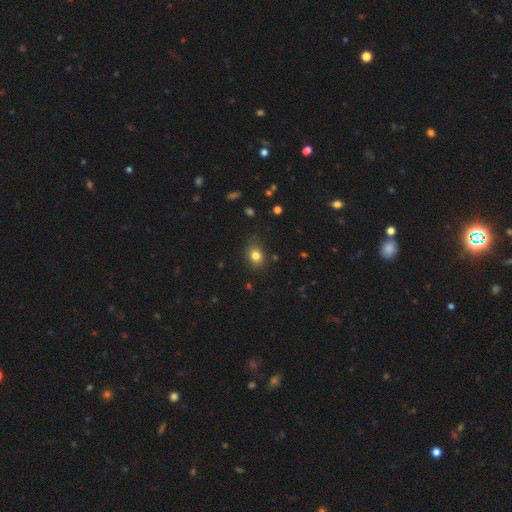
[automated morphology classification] Overall: smooth (81%). How rounded: in between (52%; round 47%). Merging: none (80%).